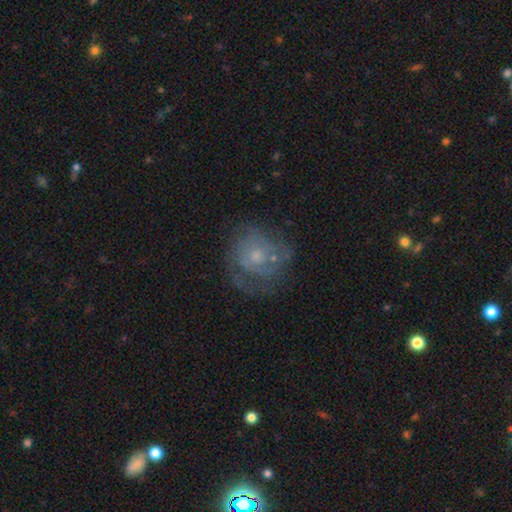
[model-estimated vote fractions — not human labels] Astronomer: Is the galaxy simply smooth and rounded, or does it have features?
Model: featured or disk — 59%.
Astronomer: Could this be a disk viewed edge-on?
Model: no — 97%.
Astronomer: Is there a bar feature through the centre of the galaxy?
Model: no — 80%.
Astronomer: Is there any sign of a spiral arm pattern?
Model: yes — 64%.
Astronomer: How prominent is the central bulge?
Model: small — 49% (runner-up: moderate, 40%).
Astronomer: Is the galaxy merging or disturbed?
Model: none — 56%.